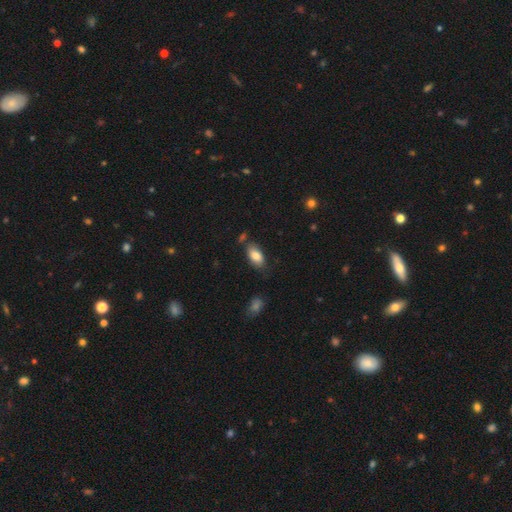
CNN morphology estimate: Q: Smooth or featured?
A: smooth (83%); runner-up: featured or disk (10%)
Q: How rounded?
A: in between (92%); runner-up: cigar-shaped (4%)
Q: Merging?
A: none (70%); runner-up: minor disturbance (19%)